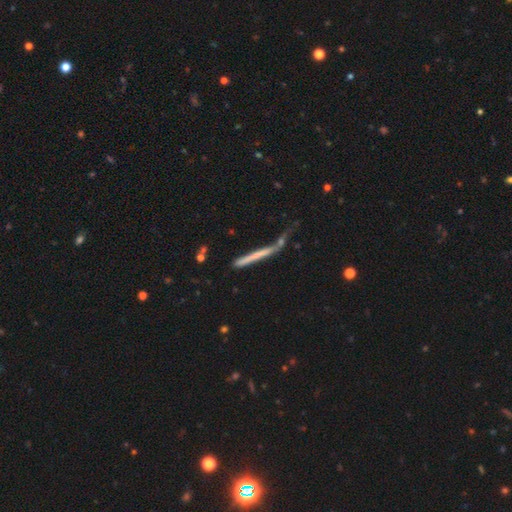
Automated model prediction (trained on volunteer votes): smooth_or_featured: smooth (p=0.50) [alt: featured or disk p=0.42]
merging: none (p=0.50) [alt: minor disturbance p=0.23]